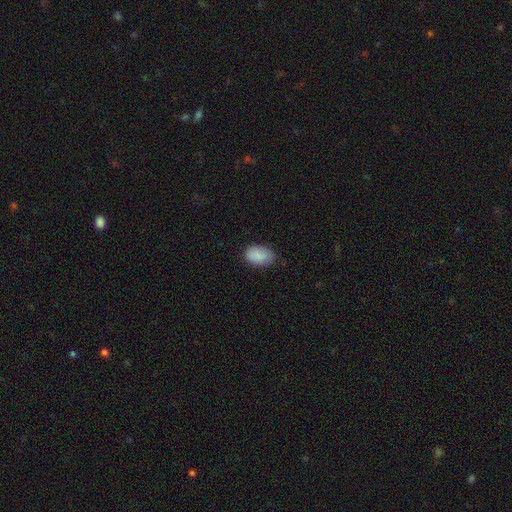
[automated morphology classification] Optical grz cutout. It shows a smooth galaxy with no disk features (89%) that is in between round and cigar-shaped (89%). Merging: none (77%).